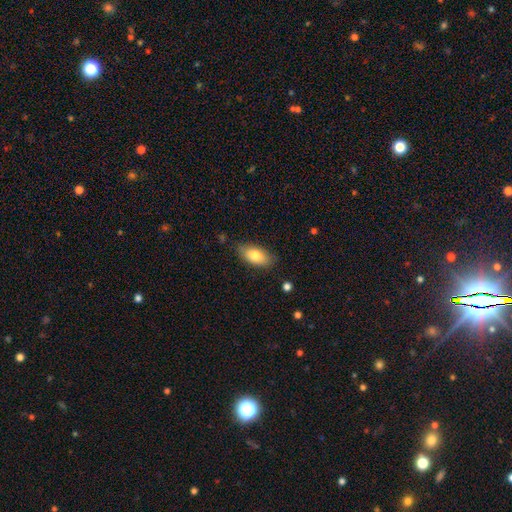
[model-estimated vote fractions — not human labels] This is likely a smooth galaxy (79%). How rounded: clearly in between (90%). Merging: clearly none (81%).